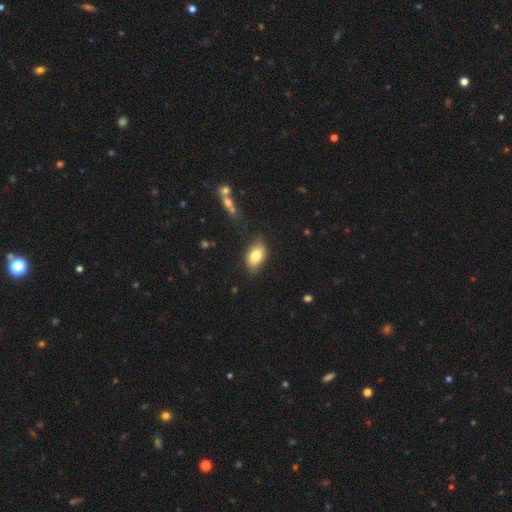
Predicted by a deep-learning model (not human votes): Smooth or featured: smooth — 79% (featured or disk — 13%)
How rounded: in between — 90% (round — 8%)
Merging: none — 77% (minor disturbance — 17%)